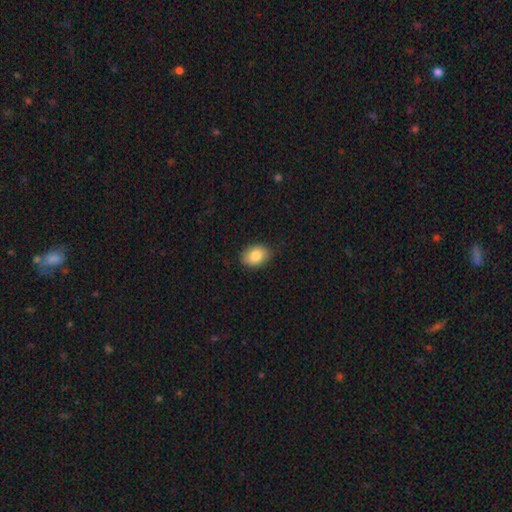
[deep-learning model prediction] Smooth or featured? Predicted: smooth (p=0.84). How rounded? Predicted: in between (p=0.79). Merging? Predicted: none (p=0.85).